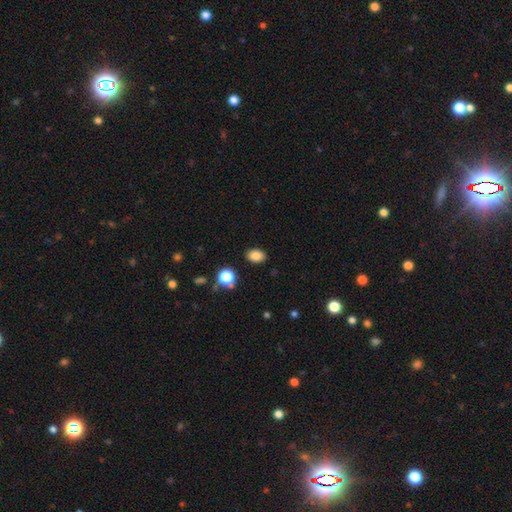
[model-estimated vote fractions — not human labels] Smooth or featured?
  - smooth: 85% *
  - star or artifact: 11%
  - featured or disk: 5%
How rounded?
  - in between: 78% *
  - round: 21%
  - cigar-shaped: 1%
Merging?
  - none: 87% *
  - minor disturbance: 9%
  - major disturbance: 2%
  - merger: 2%